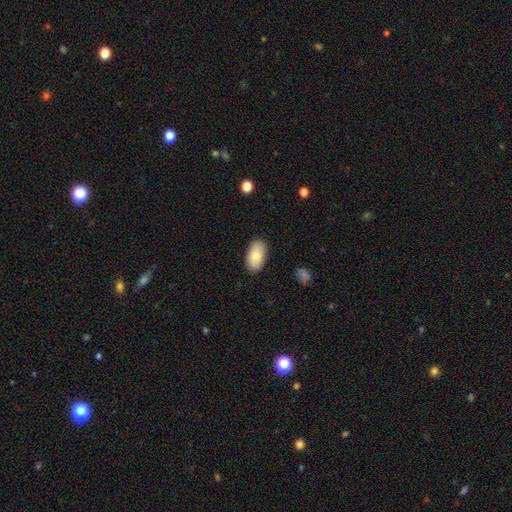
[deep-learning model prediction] Smooth or featured?
  - smooth: 80% *
  - featured or disk: 14%
  - star or artifact: 6%
How rounded?
  - in between: 94% *
  - round: 4%
  - cigar-shaped: 2%
Merging?
  - none: 87% *
  - minor disturbance: 10%
  - major disturbance: 2%
  - merger: 1%